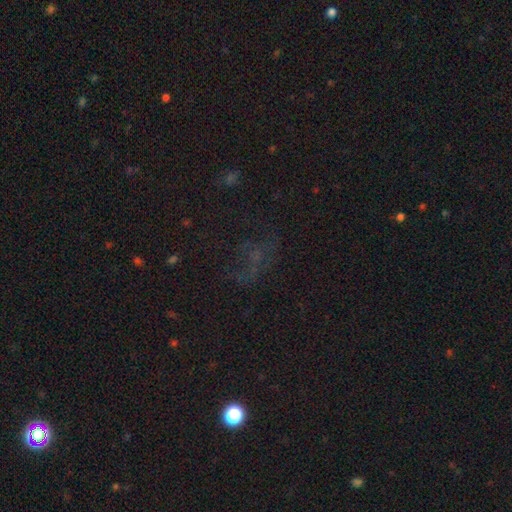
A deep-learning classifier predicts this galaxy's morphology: Smooth or featured?
  - star or artifact: 47% *
  - smooth: 29%
  - featured or disk: 25%